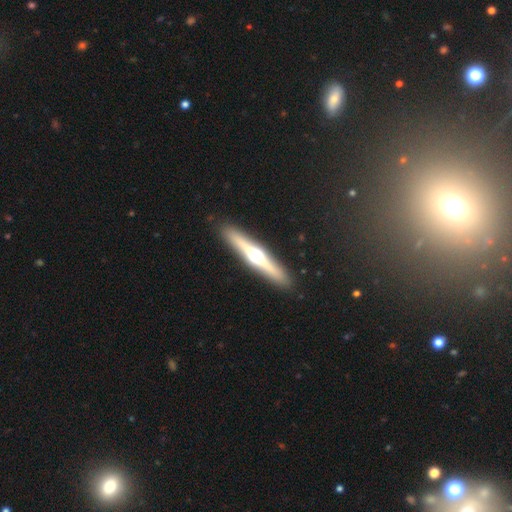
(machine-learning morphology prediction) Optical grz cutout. It shows a featured or disk galaxy (70%) viewed edge-on (96%) with a rounded central bulge (95%). Merging: none (91%).